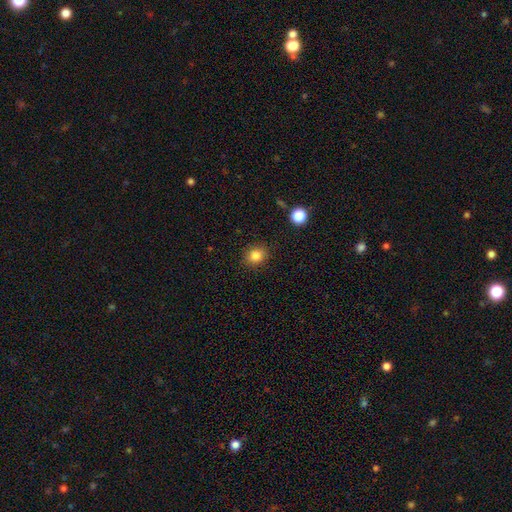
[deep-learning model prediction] The model was most divided on "how rounded": round: 68%, in between: 31%, cigar-shaped: 1%. More confident: merging — none (88%); smooth or featured — smooth (84%).